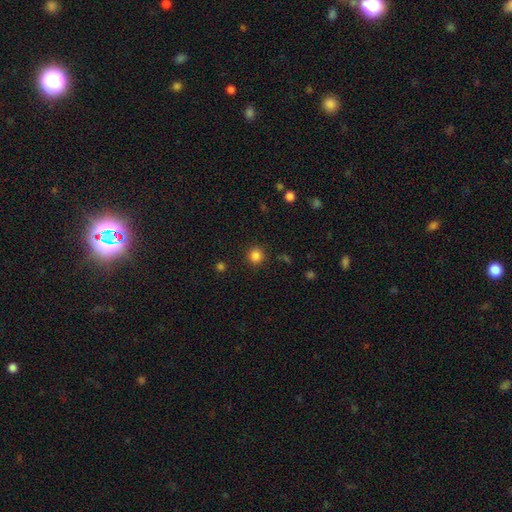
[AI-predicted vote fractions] This is clearly a smooth galaxy (85%). How rounded: clearly round (89%). Merging: clearly none (90%).